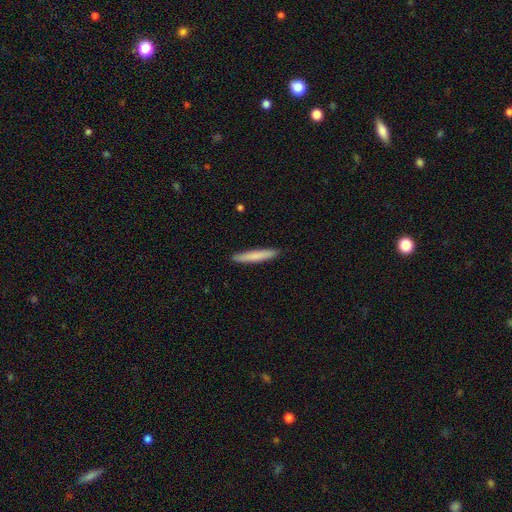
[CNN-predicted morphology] This is likely a smooth galaxy (76%). How rounded: clearly cigar-shaped (95%). Merging: clearly none (92%).